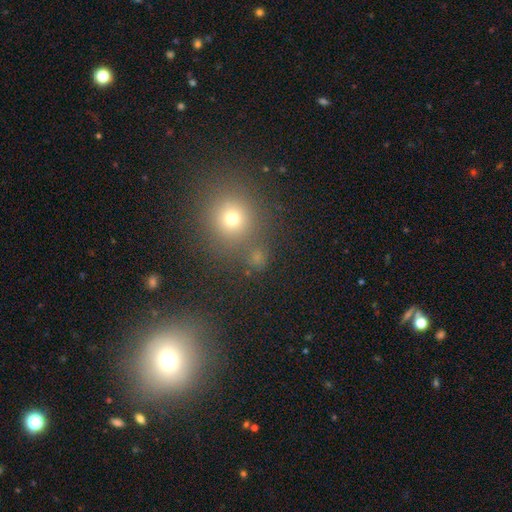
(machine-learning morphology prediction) Smooth or featured: smooth — 58% (star or artifact — 32%)
How rounded: round — 83% (in between — 15%)
Merging: none — 76% (merger — 12%)